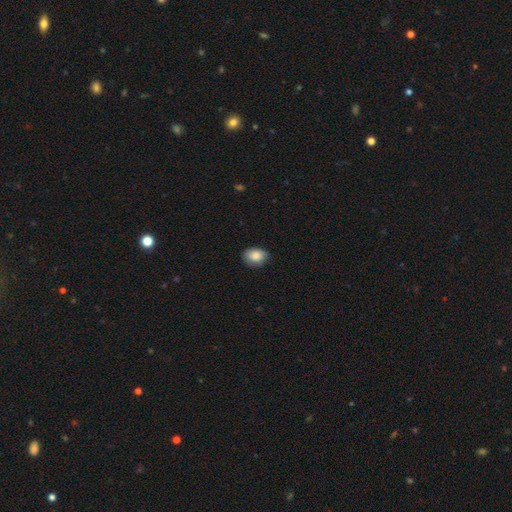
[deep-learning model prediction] smooth-or-featured: smooth: 87% | star or artifact: 7% | featured or disk: 6%
  how-rounded: in between: 73% | round: 26% | cigar-shaped: 1%
  merging: none: 82% | minor disturbance: 15% | major disturbance: 2% | merger: 1%